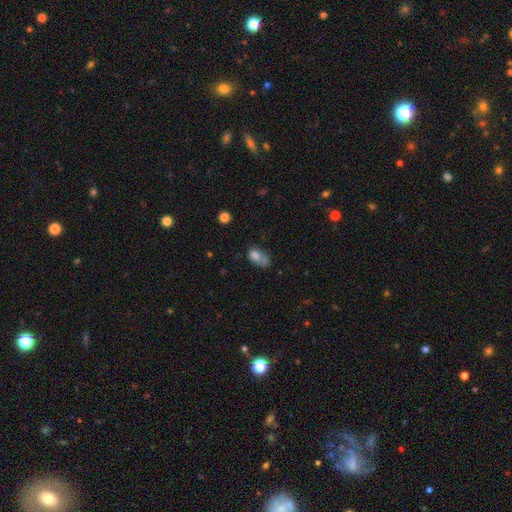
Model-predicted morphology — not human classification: This is likely a smooth galaxy (72%). How rounded: clearly in between (84%). Merging: marginally none (30%).